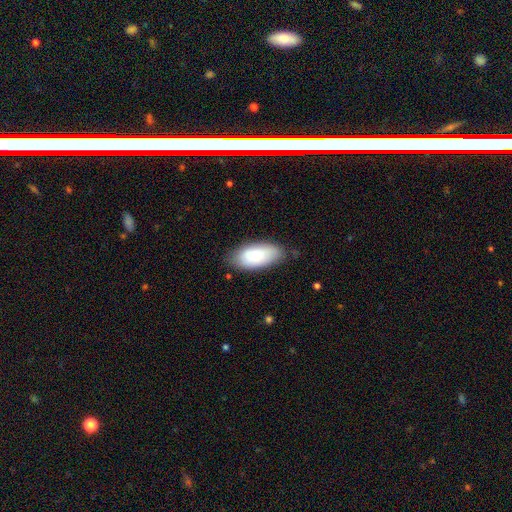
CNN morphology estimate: Q: Smooth or featured?
A: smooth (73%); runner-up: featured or disk (20%)
Q: How rounded?
A: in between (91%); runner-up: cigar-shaped (6%)
Q: Merging?
A: none (76%); runner-up: minor disturbance (19%)